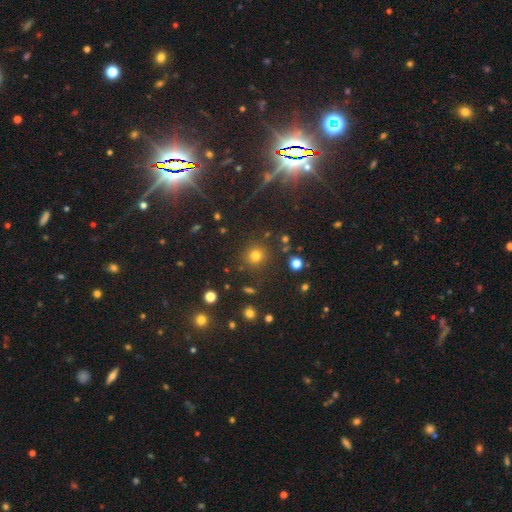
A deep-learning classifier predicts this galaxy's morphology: smooth-or-featured: smooth: 73% | star or artifact: 20% | featured or disk: 7%
  how-rounded: round: 92% | in between: 7% | cigar-shaped: 1%
  merging: none: 85% | minor disturbance: 8% | merger: 4% | major disturbance: 3%